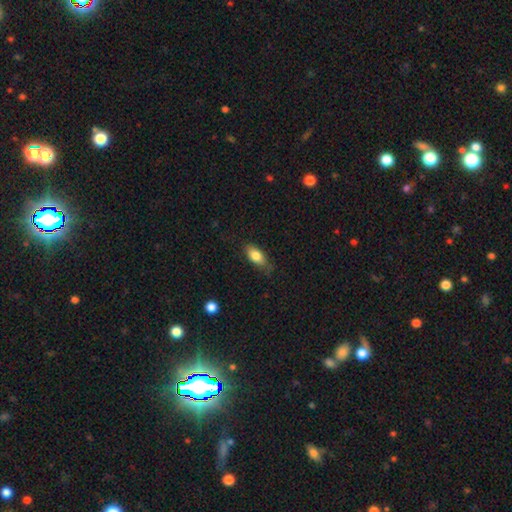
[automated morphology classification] Overall: smooth (81%). How rounded: in between (87%). Merging: none (71%).